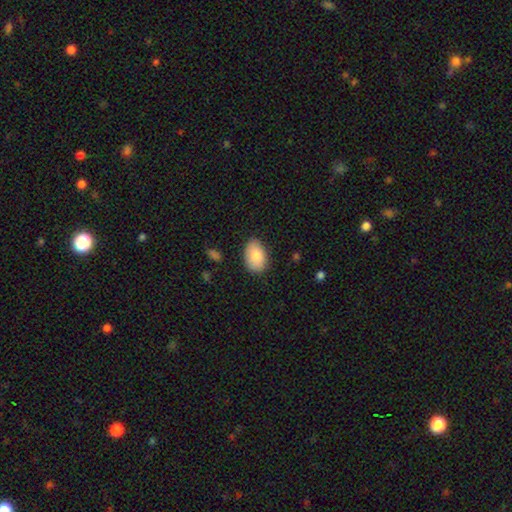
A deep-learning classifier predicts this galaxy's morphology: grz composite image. It shows a smooth galaxy with no disk features (84%) that is in between round and cigar-shaped (89%). Merging: none (82%).